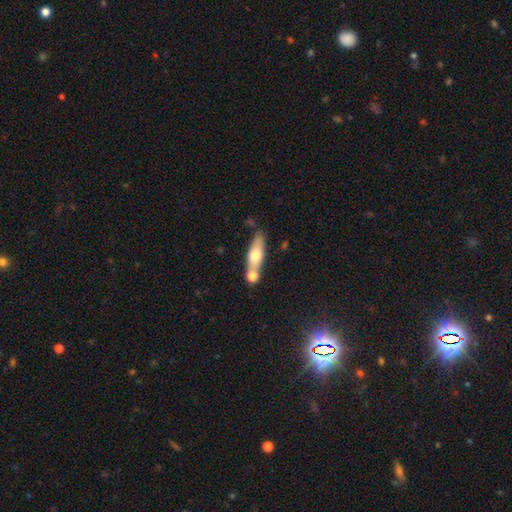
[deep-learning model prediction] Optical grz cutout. It shows a smooth galaxy with no disk features (57%) that is cigar-shaped (57%). Merging: none (58%).